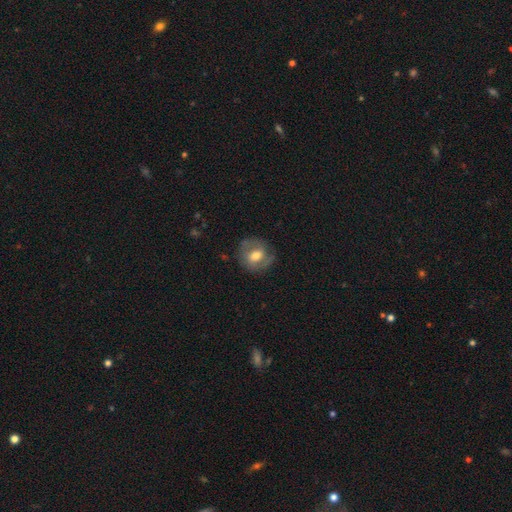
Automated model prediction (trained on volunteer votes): This appears to be a featured or disk galaxy (47%). Merging: none (71%).